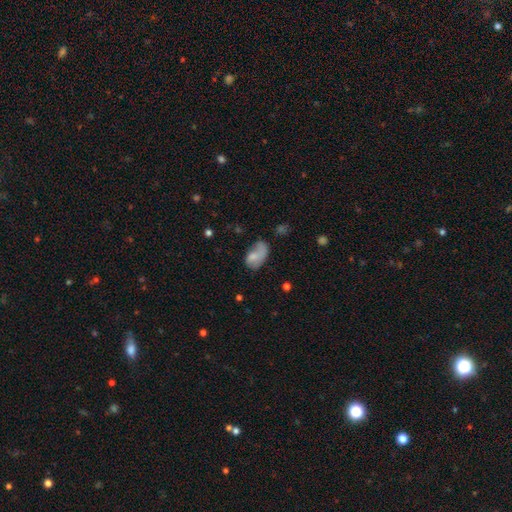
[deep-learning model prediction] A smooth galaxy with no disk features (66%) that is in between round and cigar-shaped (90%).

Vote fractions:
- Smooth or featured? smooth: 66% / featured or disk: 25% / star or artifact: 9%
- How rounded? in between: 90% / round: 8% / cigar-shaped: 2%
- Merging? none: 33% / minor disturbance: 29% / major disturbance: 28% / merger: 10%